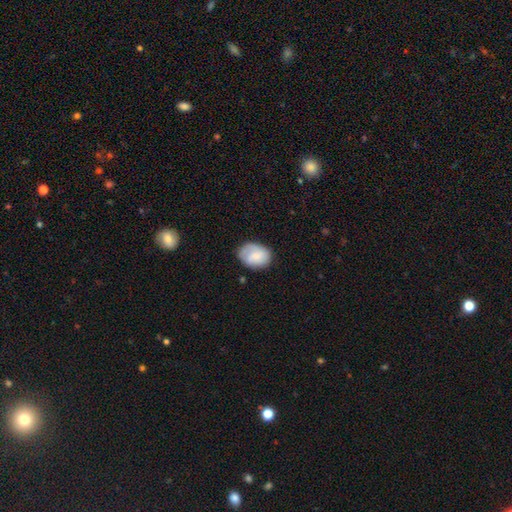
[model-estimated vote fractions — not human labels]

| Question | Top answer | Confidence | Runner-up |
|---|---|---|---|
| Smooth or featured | smooth | 75% | featured or disk (18%) |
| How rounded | in between | 71% | round (28%) |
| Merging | none | 66% | minor disturbance (25%) |